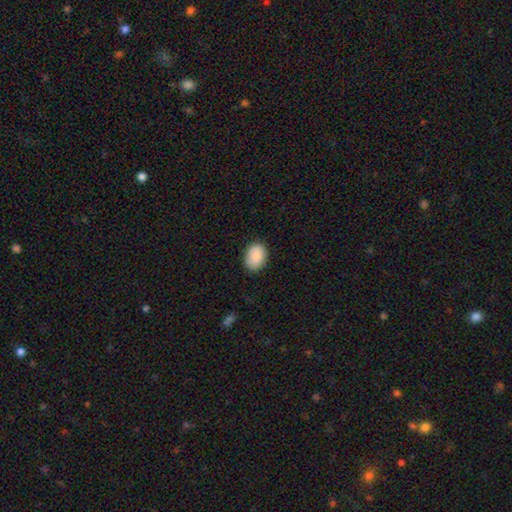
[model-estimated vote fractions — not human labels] smooth_or_featured: smooth (p=0.89) [alt: star or artifact p=0.07]
how_rounded: in between (p=0.80) [alt: round p=0.19]
merging: none (p=0.85) [alt: minor disturbance p=0.12]